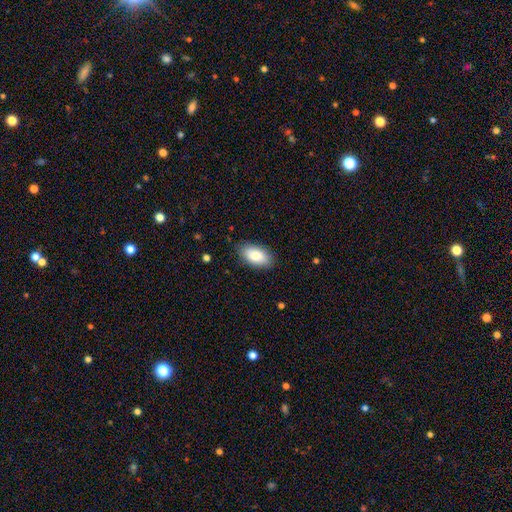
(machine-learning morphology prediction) Smooth or featured: smooth — 83% (featured or disk — 11%)
How rounded: in between — 94% (round — 3%)
Merging: none — 84% (minor disturbance — 12%)